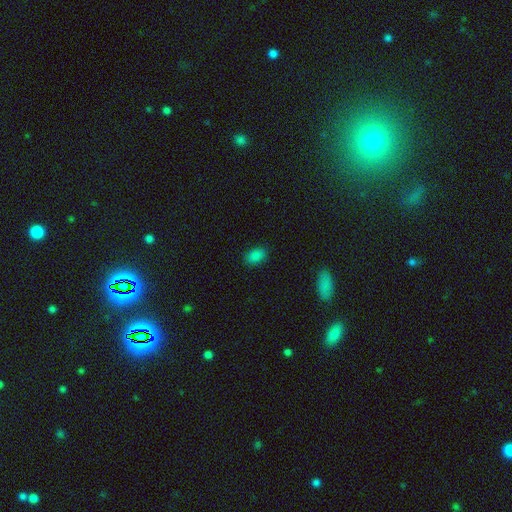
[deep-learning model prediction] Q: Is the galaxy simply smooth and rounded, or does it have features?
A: smooth — 84%.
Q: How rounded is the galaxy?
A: in between — 88%.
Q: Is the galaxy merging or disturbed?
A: none — 86%.